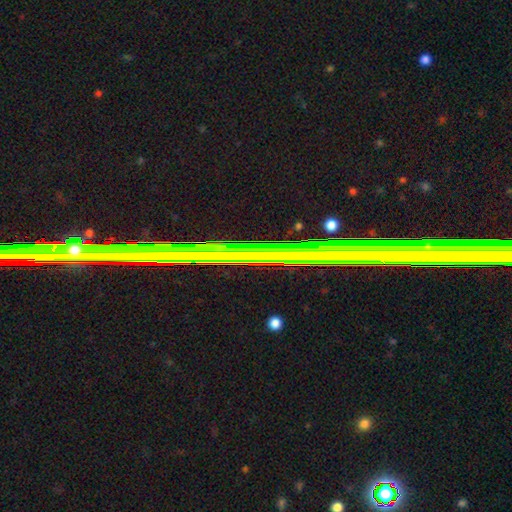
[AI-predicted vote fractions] This is possibly a star or artifact rather than a galaxy (60%).